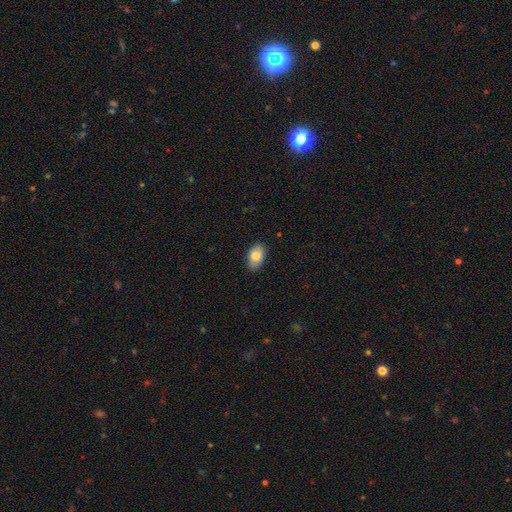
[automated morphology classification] Smooth or featured: smooth — 83% (featured or disk — 10%)
How rounded: in between — 91% (round — 7%)
Merging: none — 85% (minor disturbance — 12%)